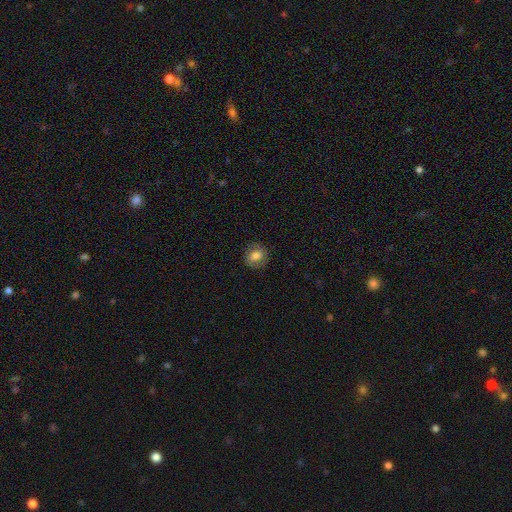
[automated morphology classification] smooth-or-featured: smooth: 72% | featured or disk: 18% | star or artifact: 10%
  how-rounded: round: 74% | in between: 25% | cigar-shaped: 1%
  merging: none: 85% | minor disturbance: 11% | major disturbance: 3% | merger: 1%